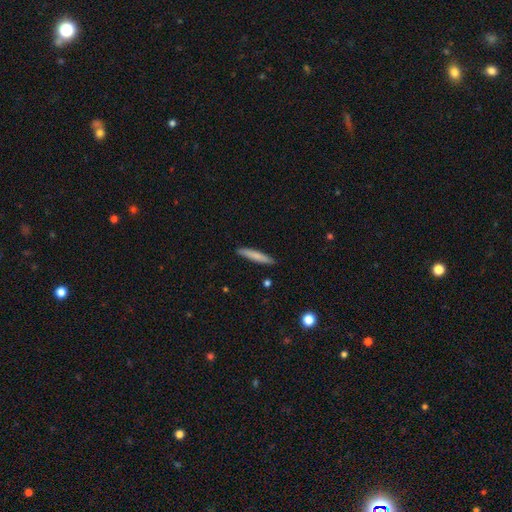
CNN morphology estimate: type=smooth (77%); roundness=cigar-shaped (93%); merging=none (88%).